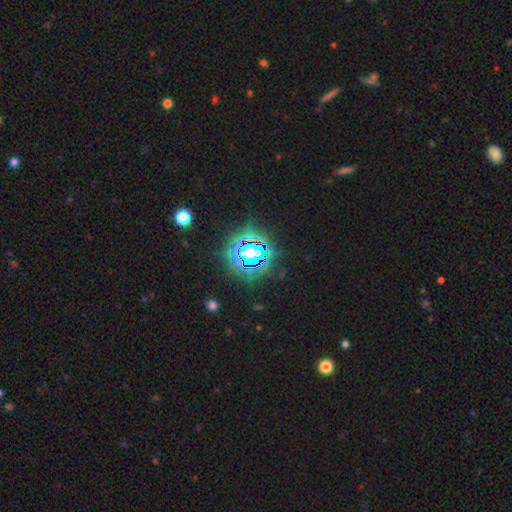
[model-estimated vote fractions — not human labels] Q: Smooth or featured?
A: star or artifact (80%); runner-up: smooth (12%)